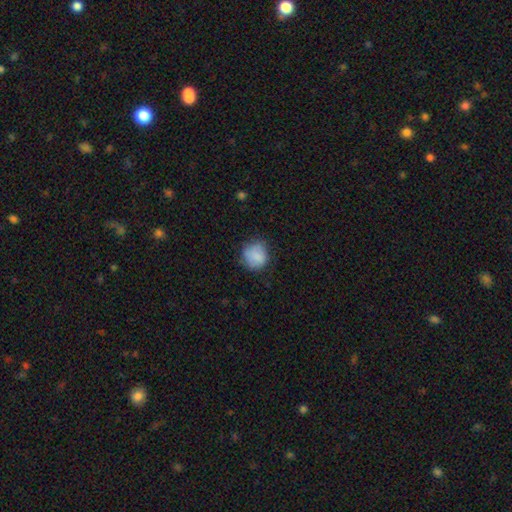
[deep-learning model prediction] smooth-or-featured: smooth: 84% | star or artifact: 8% | featured or disk: 8%
  how-rounded: round: 83% | in between: 16% | cigar-shaped: 1%
  merging: none: 70% | minor disturbance: 22% | major disturbance: 6% | merger: 1%